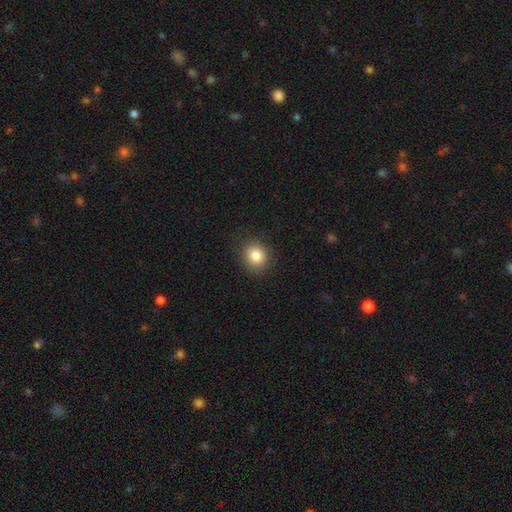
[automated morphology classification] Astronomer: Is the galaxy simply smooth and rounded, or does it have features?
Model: smooth — 84%.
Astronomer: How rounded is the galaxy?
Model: round — 78%.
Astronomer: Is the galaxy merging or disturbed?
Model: none — 88%.